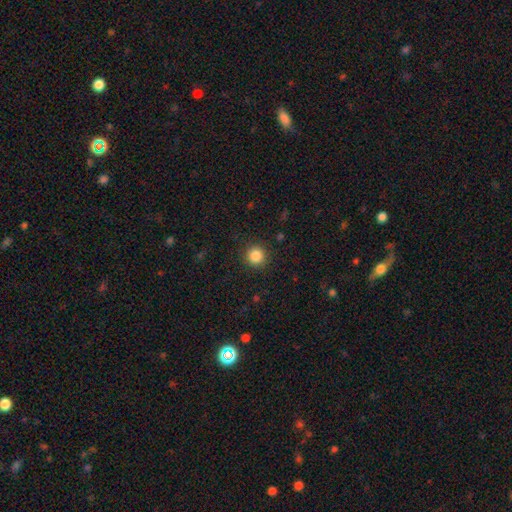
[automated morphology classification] smooth 86%, star or artifact 11%, featured or disk 4%. Down the decision tree: how rounded — round (94%); merging — none (90%).